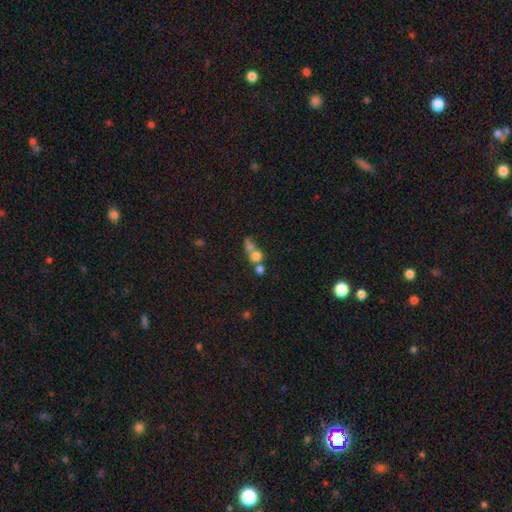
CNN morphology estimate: smooth 65%, featured or disk 19%, star or artifact 16%. Down the decision tree: how rounded — round (71%); merging — merger (59%).